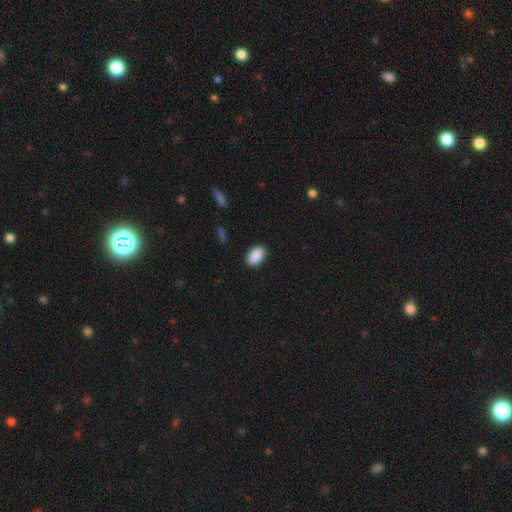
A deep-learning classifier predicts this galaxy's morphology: Smooth or featured? smooth (90%)
How rounded? in between (90%)
Merging? none (88%)